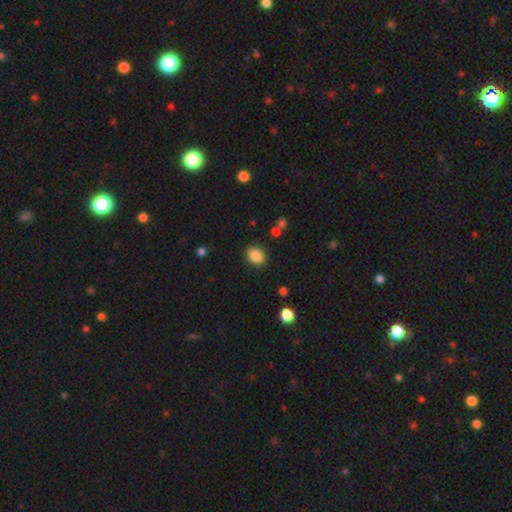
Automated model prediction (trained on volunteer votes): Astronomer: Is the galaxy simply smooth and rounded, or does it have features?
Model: smooth — 86%.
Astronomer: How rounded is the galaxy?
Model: in between — 56% (runner-up: round, 43%).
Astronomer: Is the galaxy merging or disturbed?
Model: none — 87%.